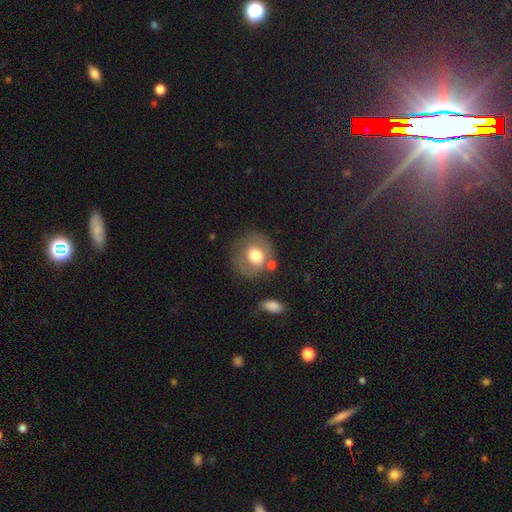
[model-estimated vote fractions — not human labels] smooth_or_featured: smooth (p=0.63) [alt: featured or disk p=0.29]
how_rounded: round (p=0.74) [alt: in between p=0.25]
merging: none (p=0.67) [alt: minor disturbance p=0.17]